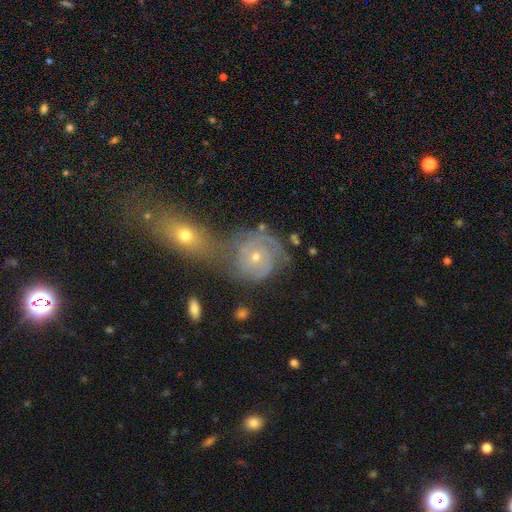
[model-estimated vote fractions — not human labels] Smooth or featured?
  - featured or disk: 79% *
  - smooth: 13%
  - star or artifact: 8%
Edge-on disk?
  - no: 97% *
  - yes: 3%
Bar?
  - no: 79% *
  - weak: 17%
  - strong: 4%
Spiral arms?
  - yes: 93% *
  - no: 7%
Spiral winding?
  - tight: 74% *
  - medium: 21%
  - loose: 5%
Spiral arm count?
  - can't tell: 30% *
  - 2: 29%
  - 3: 23%
  - 1: 6%
  - 4: 6%
  - more than 4: 5%
Bulge size?
  - small: 62% *
  - moderate: 34%
  - large: 1%
  - none: 1%
  - dominant: 1%
Merging?
  - none: 47% *
  - merger: 30%
  - minor disturbance: 15%
  - major disturbance: 8%